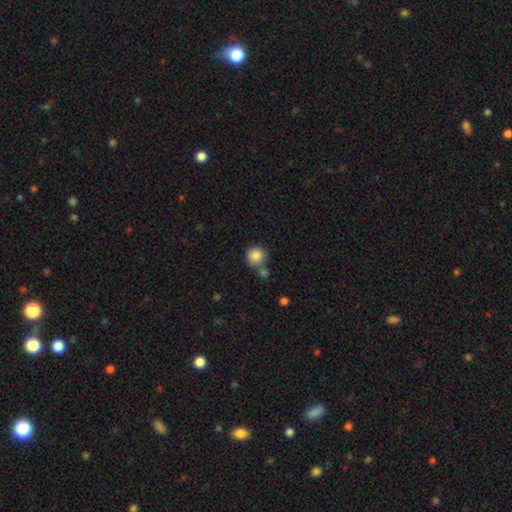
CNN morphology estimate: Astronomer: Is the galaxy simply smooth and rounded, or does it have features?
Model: smooth — 86%.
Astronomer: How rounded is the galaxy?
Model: round — 92%.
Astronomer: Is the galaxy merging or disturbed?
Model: none — 64%.